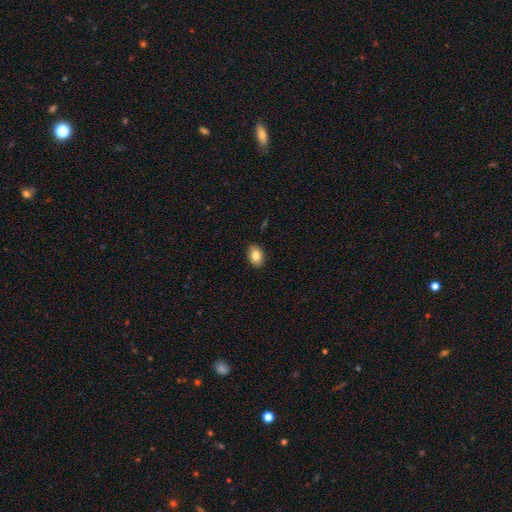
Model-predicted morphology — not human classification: Smooth or featured? Predicted: smooth (p=0.85). How rounded? Predicted: in between (p=0.79). Merging? Predicted: none (p=0.88).